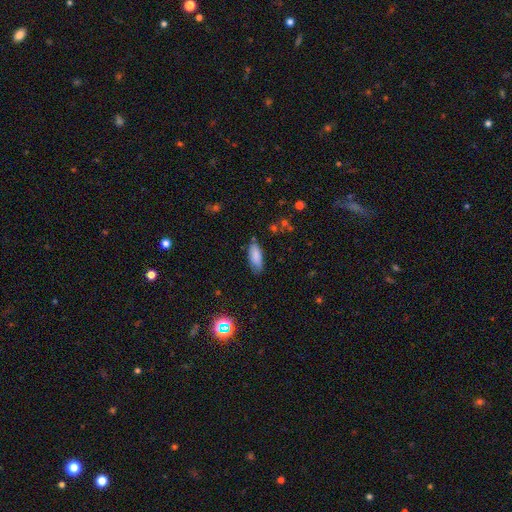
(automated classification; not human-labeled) This is clearly a smooth galaxy (85%). How rounded: likely in between (78%). Merging: likely none (77%).